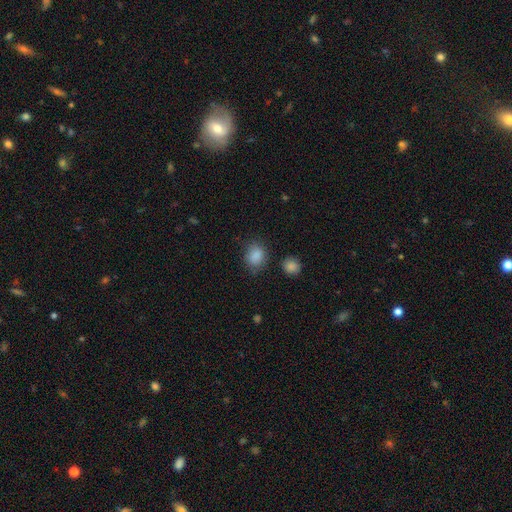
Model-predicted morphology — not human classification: Smooth or featured? smooth (86%)
How rounded? round (50%)
Merging? none (76%)